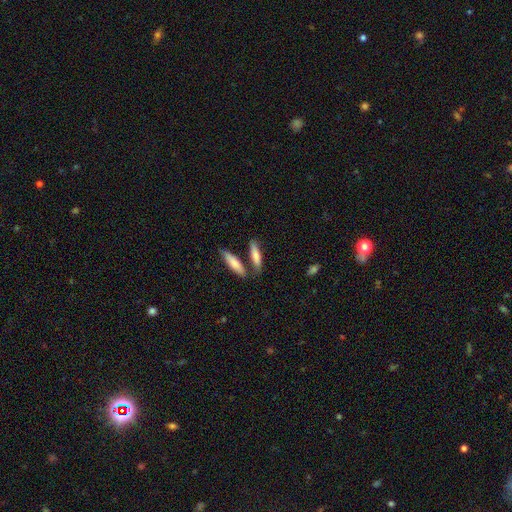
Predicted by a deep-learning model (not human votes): Q: Smooth or featured?
A: smooth (76%); runner-up: featured or disk (18%)
Q: How rounded?
A: cigar-shaped (72%); runner-up: in between (26%)
Q: Merging?
A: none (66%); runner-up: merger (19%)